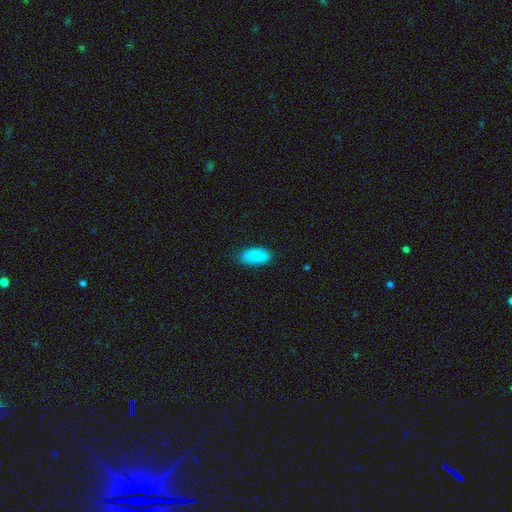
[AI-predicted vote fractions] Morphology: type=smooth (81%); roundness=in between (92%); merging=none (79%).